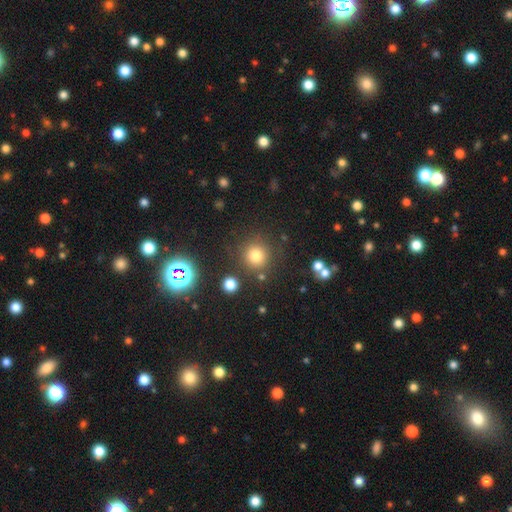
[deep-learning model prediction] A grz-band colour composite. It shows a smooth galaxy with no disk features (77%) that is round (92%). Merging: none (83%).